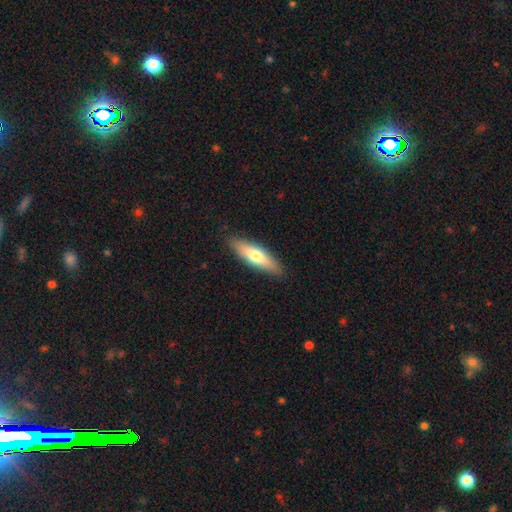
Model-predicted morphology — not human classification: Smooth or featured: smooth — 62% (featured or disk — 32%)
How rounded: cigar-shaped — 61% (in between — 37%)
Merging: none — 88% (minor disturbance — 9%)